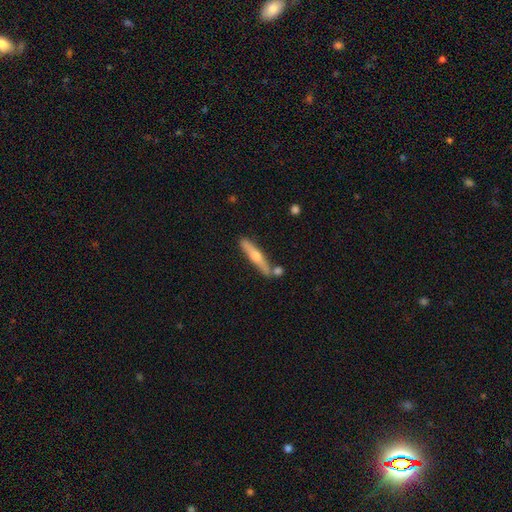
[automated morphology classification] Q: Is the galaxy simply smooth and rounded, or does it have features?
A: featured or disk — 53%.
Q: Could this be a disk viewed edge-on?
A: yes — 94%.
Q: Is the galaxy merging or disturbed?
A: none — 73%.